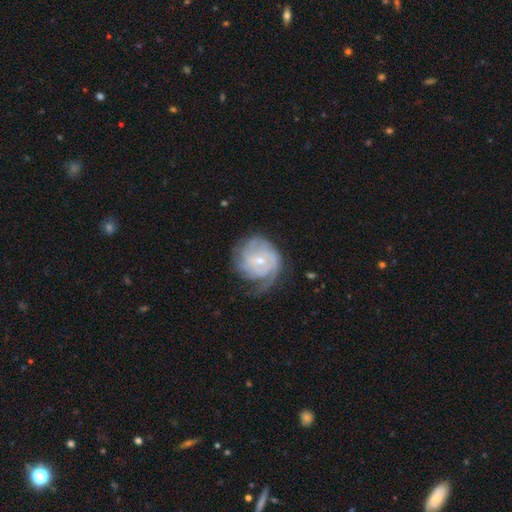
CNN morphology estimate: Smooth or featured? featured or disk (80%)
Edge-on disk? no (97%)
Bar? no (68%)
Spiral arms? yes (93%)
Spiral winding? tight (64%)
Spiral arm count? can't tell (36%)
Bulge size? small (59%)
Merging? none (54%)